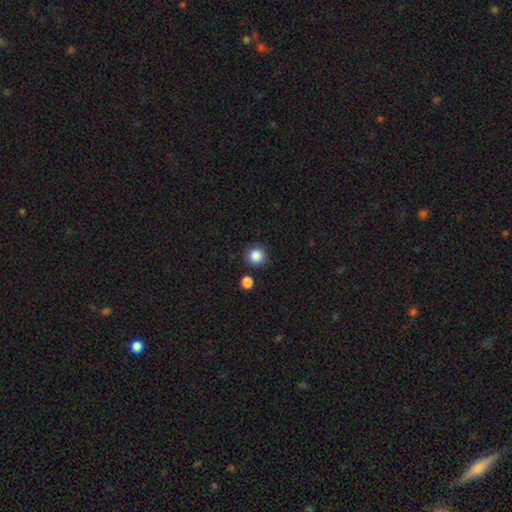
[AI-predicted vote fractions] Smooth or featured?
  - smooth: 87% *
  - star or artifact: 10%
  - featured or disk: 3%
How rounded?
  - round: 94% *
  - in between: 5%
  - cigar-shaped: 1%
Merging?
  - none: 87% *
  - minor disturbance: 7%
  - merger: 4%
  - major disturbance: 2%